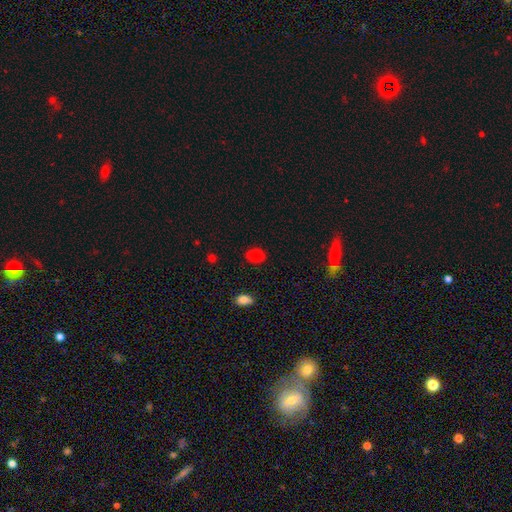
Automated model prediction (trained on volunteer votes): A smooth galaxy with no disk features (81%) that is in between round and cigar-shaped (70%). Merging: none (85%).